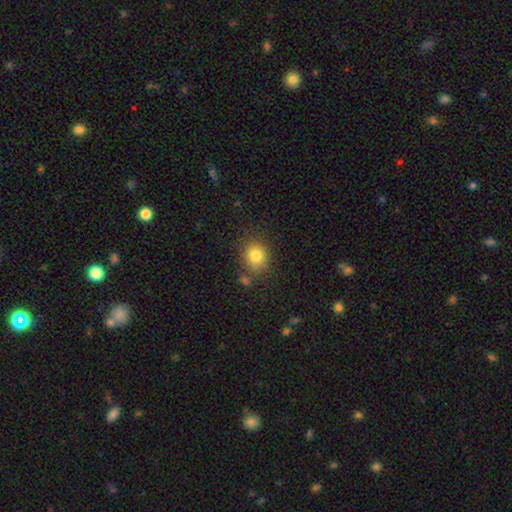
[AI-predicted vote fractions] Smooth or featured: smooth — 82% (star or artifact — 11%)
How rounded: round — 71% (in between — 28%)
Merging: none — 77% (minor disturbance — 13%)